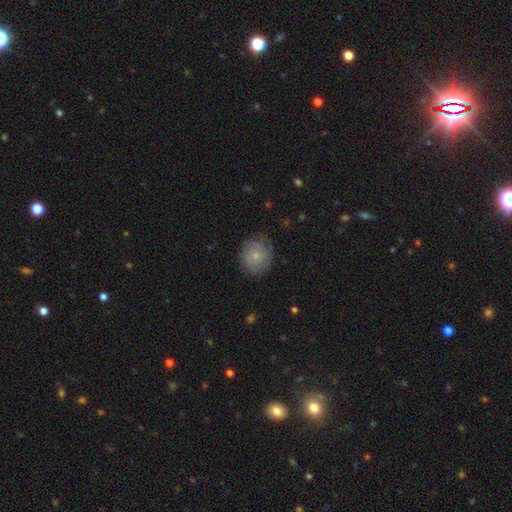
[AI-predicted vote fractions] smooth 65%, featured or disk 27%, star or artifact 8%. Down the decision tree: how rounded — round (84%); merging — none (73%).